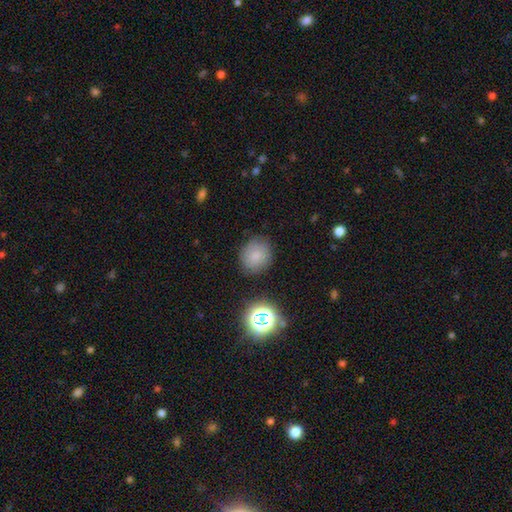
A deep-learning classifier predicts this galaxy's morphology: A smooth galaxy with no disk features (76%) that is round (82%). Merging: none (83%).